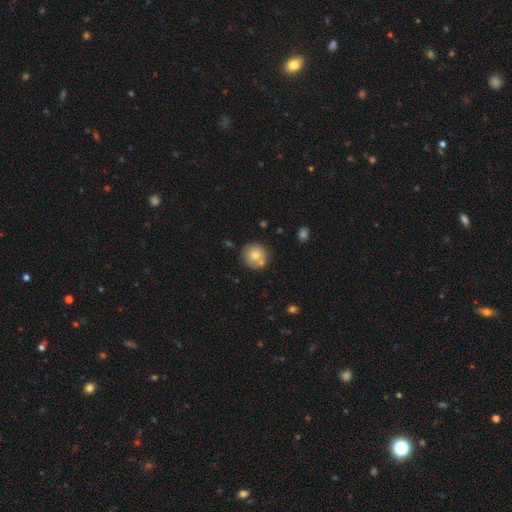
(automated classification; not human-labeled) Smooth or featured: smooth — 76% (featured or disk — 15%)
How rounded: round — 93% (in between — 6%)
Merging: none — 74% (merger — 12%)